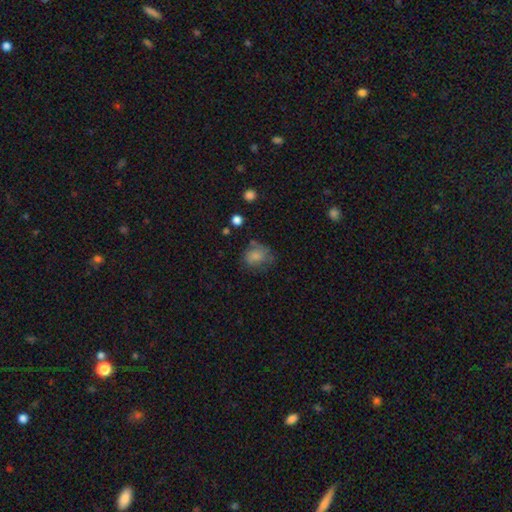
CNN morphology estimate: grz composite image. It shows a smooth galaxy with no disk features (69%) that is round (59%). Merging: none (49%).